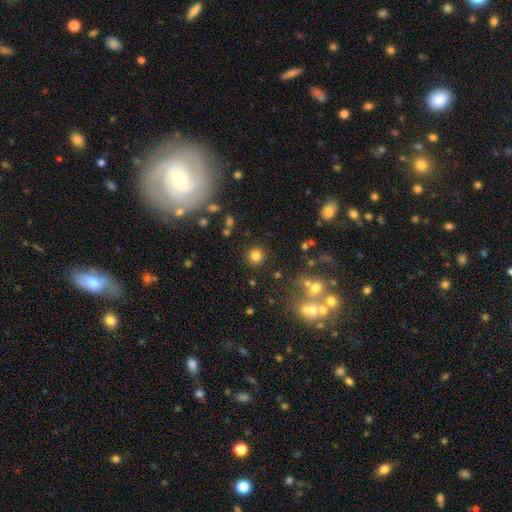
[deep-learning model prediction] Smooth or featured? Predicted: smooth (p=0.80). How rounded? Predicted: round (p=0.91). Merging? Predicted: none (p=0.88).